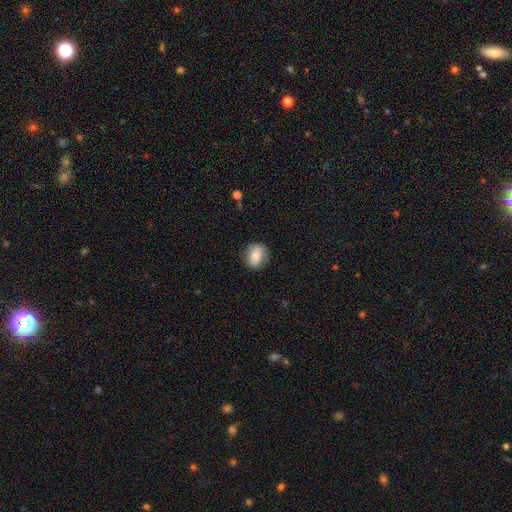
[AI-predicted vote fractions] Q: Smooth or featured?
A: smooth (67%); runner-up: featured or disk (25%)
Q: How rounded?
A: round (64%); runner-up: in between (35%)
Q: Merging?
A: none (83%); runner-up: minor disturbance (13%)